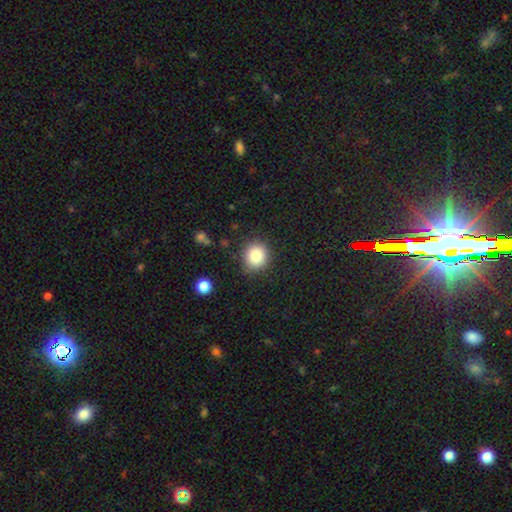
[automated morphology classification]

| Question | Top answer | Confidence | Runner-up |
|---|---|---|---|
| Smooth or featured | smooth | 85% | star or artifact (10%) |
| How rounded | round | 82% | in between (17%) |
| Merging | none | 85% | minor disturbance (10%) |